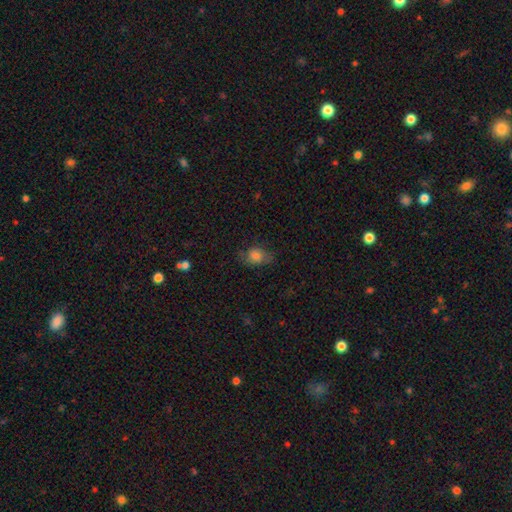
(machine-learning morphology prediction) smooth_or_featured: smooth (p=0.76) [alt: featured or disk p=0.13]
how_rounded: in between (p=0.65) [alt: round p=0.33]
merging: none (p=0.61) [alt: minor disturbance p=0.26]